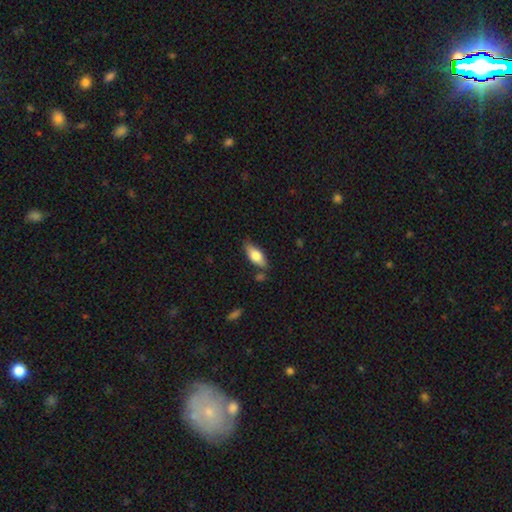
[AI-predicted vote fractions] Q: Smooth or featured?
A: smooth (71%); runner-up: featured or disk (23%)
Q: How rounded?
A: in between (78%); runner-up: cigar-shaped (19%)
Q: Merging?
A: none (72%); runner-up: minor disturbance (19%)